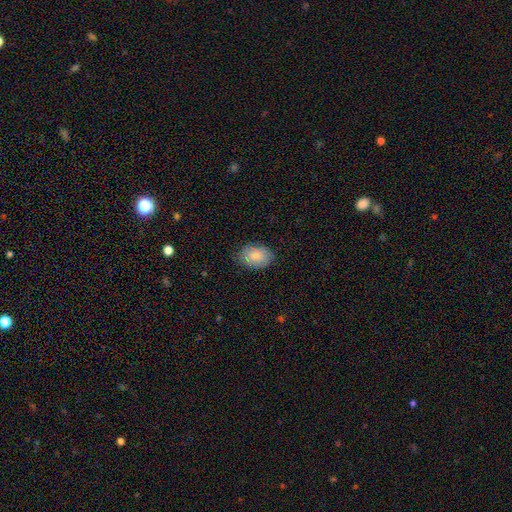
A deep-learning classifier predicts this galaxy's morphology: Smooth or featured?
  - smooth: 81% *
  - featured or disk: 12%
  - star or artifact: 7%
How rounded?
  - in between: 77% *
  - round: 22%
  - cigar-shaped: 1%
Merging?
  - none: 81% *
  - minor disturbance: 15%
  - major disturbance: 3%
  - merger: 1%